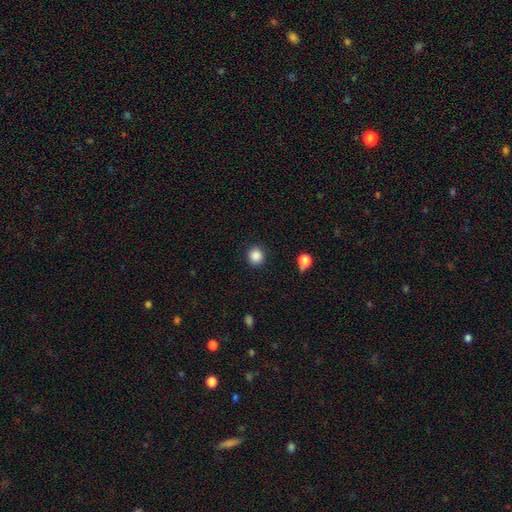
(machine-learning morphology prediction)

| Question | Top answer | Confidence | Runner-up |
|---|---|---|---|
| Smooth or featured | smooth | 87% | star or artifact (10%) |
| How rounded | round | 91% | in between (8%) |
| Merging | none | 90% | minor disturbance (6%) |